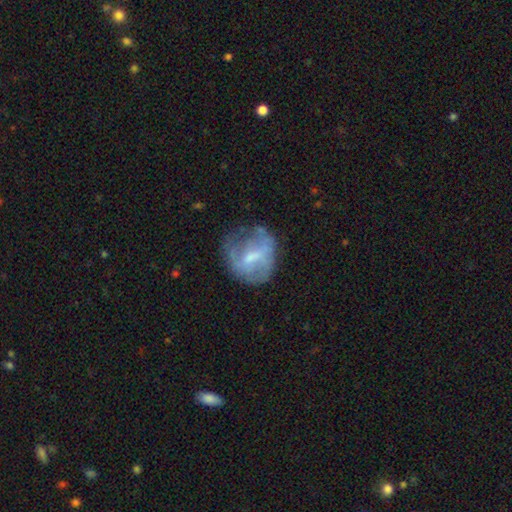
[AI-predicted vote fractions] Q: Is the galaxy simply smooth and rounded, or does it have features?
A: featured or disk — 58%.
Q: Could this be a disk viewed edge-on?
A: no — 97%.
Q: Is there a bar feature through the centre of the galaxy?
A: weak — 51%.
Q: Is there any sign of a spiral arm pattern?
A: yes — 51%.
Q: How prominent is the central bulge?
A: small — 39%.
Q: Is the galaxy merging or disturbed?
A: none — 52%.